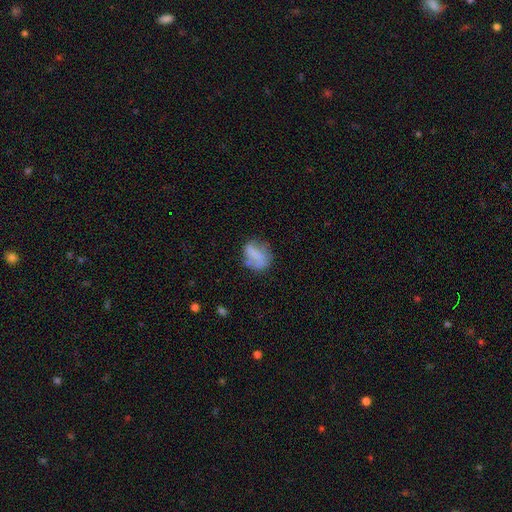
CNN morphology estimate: Smooth or featured? Predicted: smooth (p=0.53). How rounded? Predicted: in between (p=0.59). Merging? Predicted: none (p=0.48).